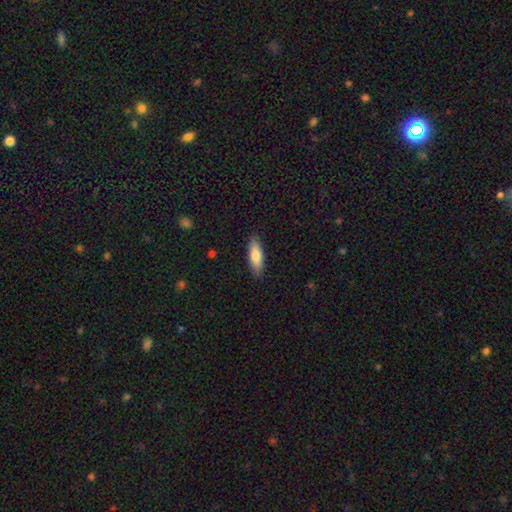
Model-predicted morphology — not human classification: Overall: smooth (79%). How rounded: in between (58%; cigar-shaped 41%). Merging: none (88%).